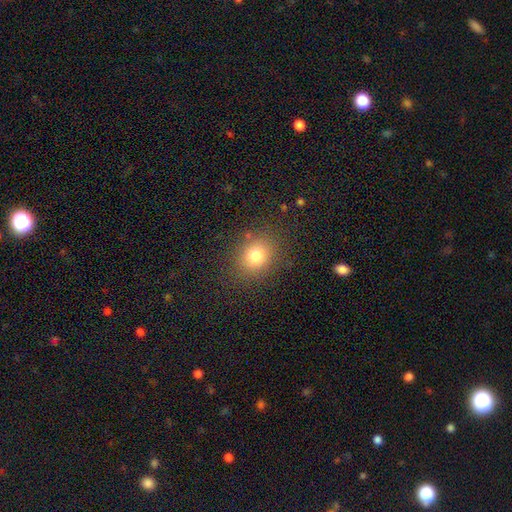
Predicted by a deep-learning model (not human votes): Morphology: type=smooth (78%); roundness=round (67%); merging=none (85%).